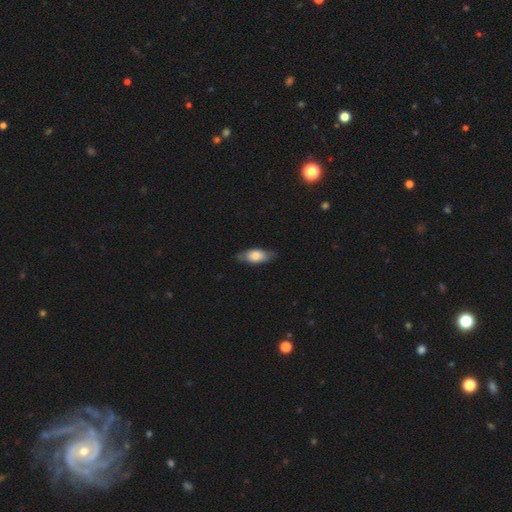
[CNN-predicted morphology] smooth 68%, featured or disk 26%, star or artifact 6%. Down the decision tree: how rounded — in between (83%); merging — none (75%).